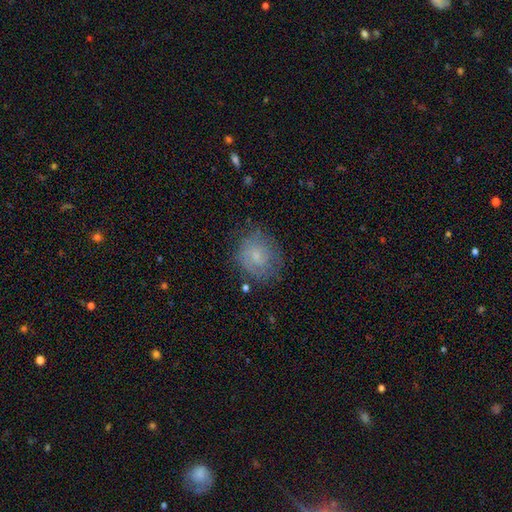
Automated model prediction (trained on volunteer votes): A smooth galaxy with no disk features (54%) that is round (76%). Merging: none (70%).